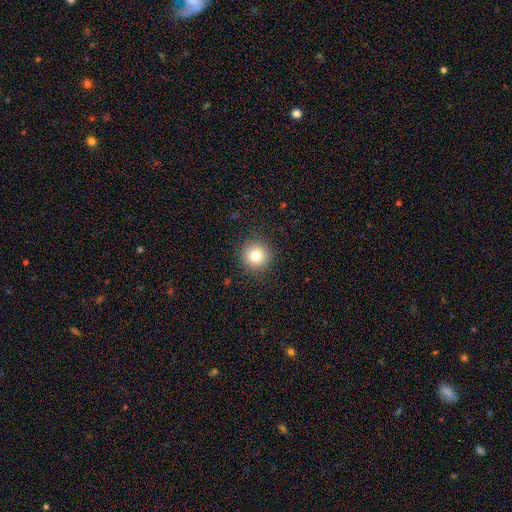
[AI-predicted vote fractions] The model was most divided on "smooth or featured": smooth: 80%, star or artifact: 11%, featured or disk: 9%. More confident: how rounded — round (95%); merging — none (90%).